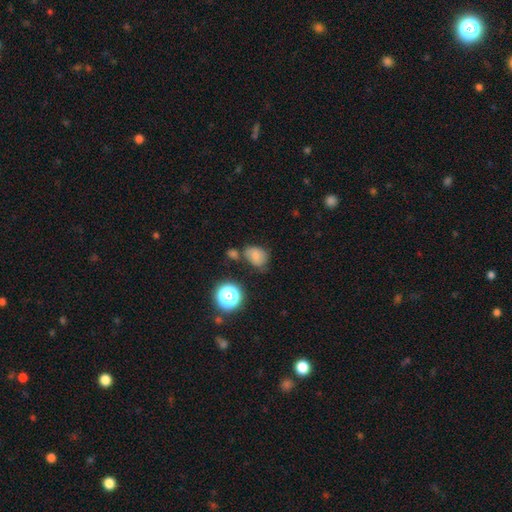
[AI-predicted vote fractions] smooth 70%, star or artifact 16%, featured or disk 14%. Down the decision tree: how rounded — in between (62%); merging — none (51%).